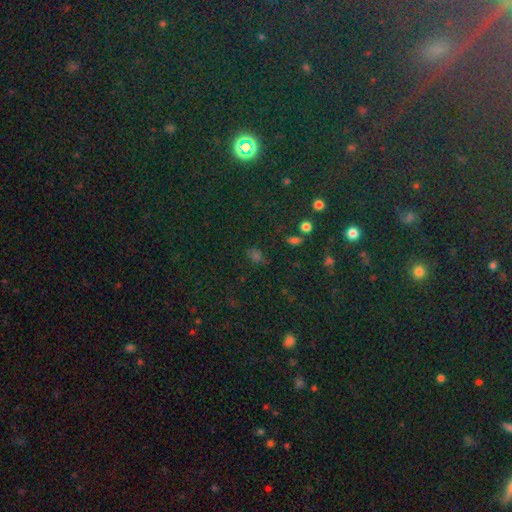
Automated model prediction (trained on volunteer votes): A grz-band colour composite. It shows a star or artifact, not a galaxy (46%).